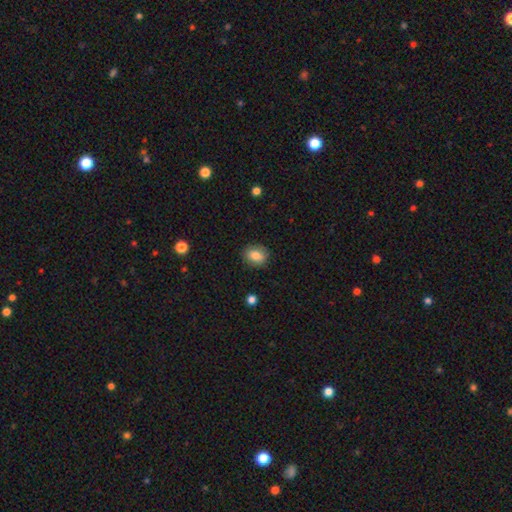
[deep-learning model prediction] Morphology: type=smooth (82%); roundness=in between (53%); merging=none (86%).